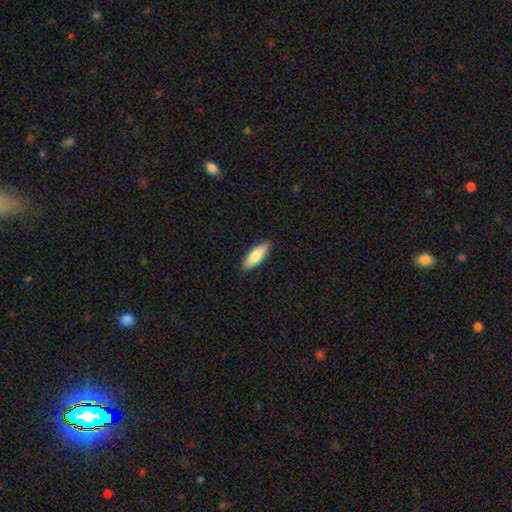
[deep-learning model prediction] smooth-or-featured: smooth: 74% | featured or disk: 20% | star or artifact: 6%
  how-rounded: in between: 62% | cigar-shaped: 36% | round: 2%
  merging: none: 89% | minor disturbance: 8% | major disturbance: 2% | merger: 1%